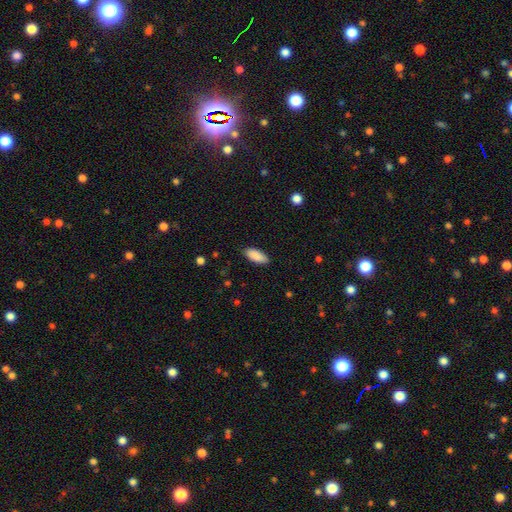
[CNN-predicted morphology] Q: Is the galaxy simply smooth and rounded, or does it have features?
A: smooth — 90%.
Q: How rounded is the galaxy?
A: in between — 86%.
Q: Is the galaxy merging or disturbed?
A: none — 87%.